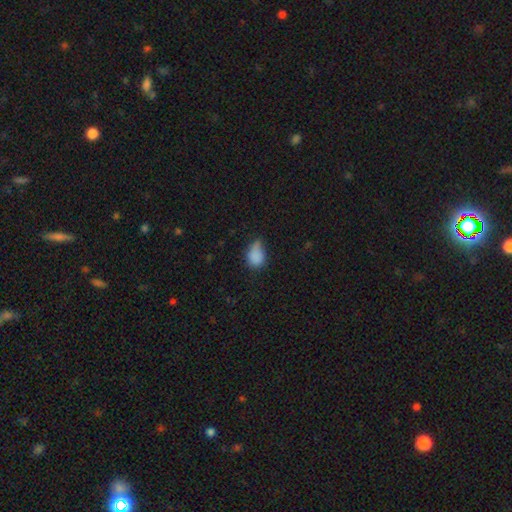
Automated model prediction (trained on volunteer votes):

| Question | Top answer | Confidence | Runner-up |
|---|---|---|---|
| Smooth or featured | smooth | 83% | star or artifact (10%) |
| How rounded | in between | 64% | round (34%) |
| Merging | minor disturbance | 43% | none (37%) |